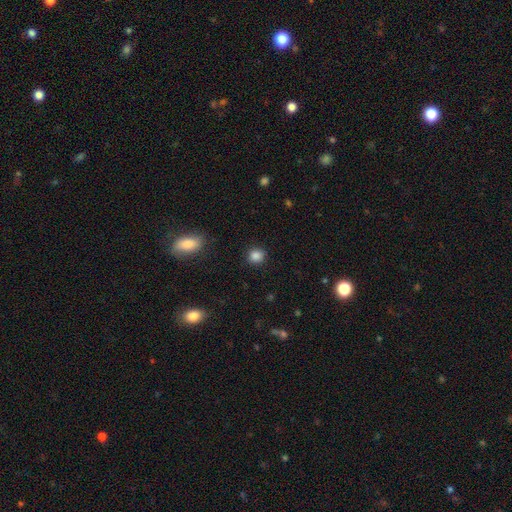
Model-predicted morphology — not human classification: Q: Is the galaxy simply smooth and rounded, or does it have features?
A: smooth — 86%.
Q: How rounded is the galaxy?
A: round — 82%.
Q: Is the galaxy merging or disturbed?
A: none — 89%.